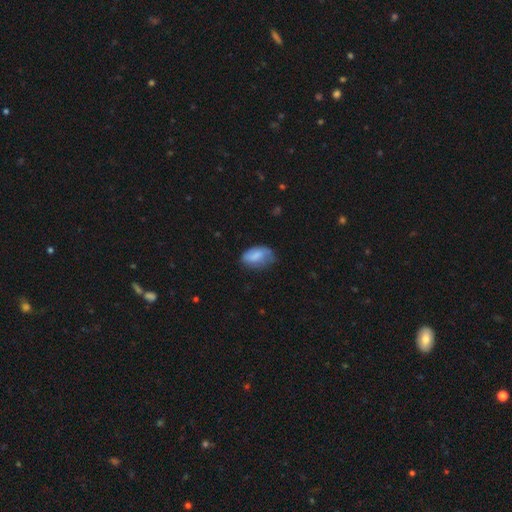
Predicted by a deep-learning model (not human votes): The model was most divided on "merging": none: 47%, minor disturbance: 37%, major disturbance: 14%, merger: 2%. More confident: how rounded — in between (91%); smooth or featured — smooth (73%).